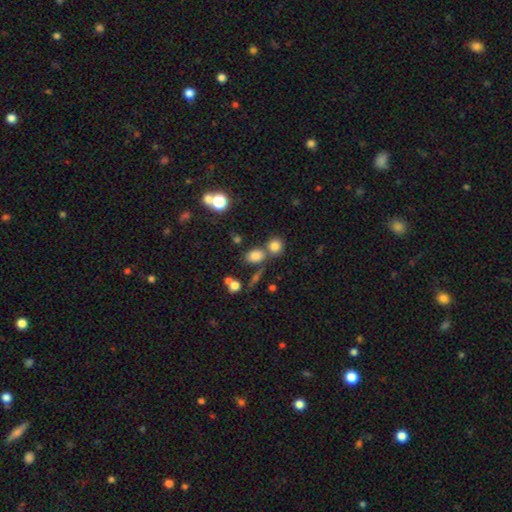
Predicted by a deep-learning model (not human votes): Smooth or featured? smooth (78%)
How rounded? in between (66%)
Merging? none (56%)